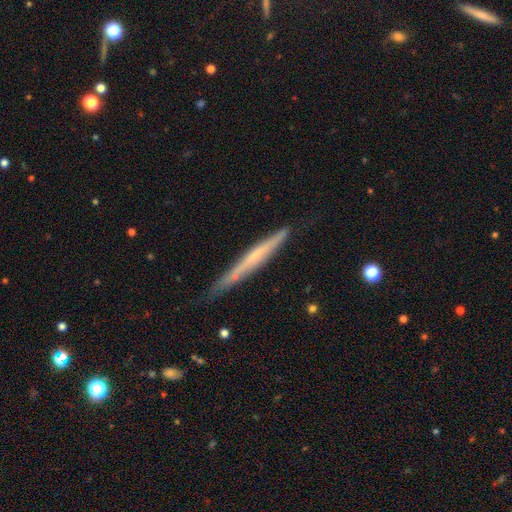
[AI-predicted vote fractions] smooth-or-featured: featured or disk: 58% | smooth: 36% | star or artifact: 6%
  disk-edge-on: yes: 95% | no: 5%
    edge-on-bulge: none: 61% | rounded: 32% | boxy: 6%
  merging: none: 75% | minor disturbance: 20% | major disturbance: 3% | merger: 2%